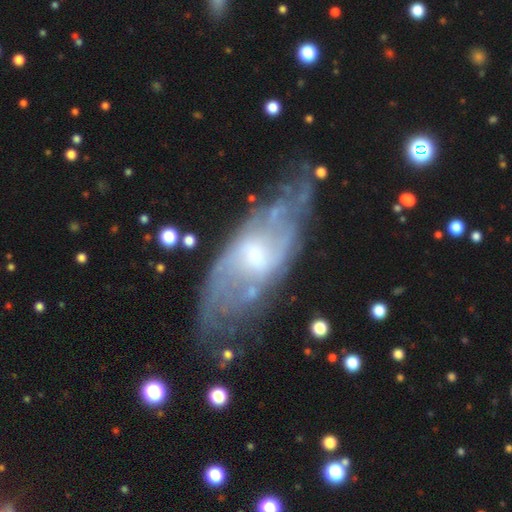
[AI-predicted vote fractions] Q: Smooth or featured?
A: featured or disk (74%); runner-up: smooth (19%)
Q: Edge-on disk?
A: no (82%); runner-up: yes (18%)
Q: Bar?
A: no (47%); runner-up: weak (44%)
Q: Spiral arms?
A: yes (79%); runner-up: no (21%)
Q: Bulge size?
A: small (51%); runner-up: moderate (37%)
Q: Merging?
A: none (66%); runner-up: minor disturbance (21%)